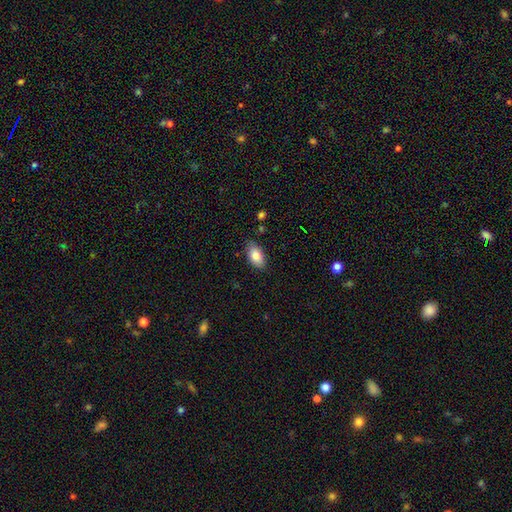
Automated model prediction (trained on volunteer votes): This is clearly a smooth galaxy (83%). How rounded: clearly in between (93%). Merging: clearly none (81%).